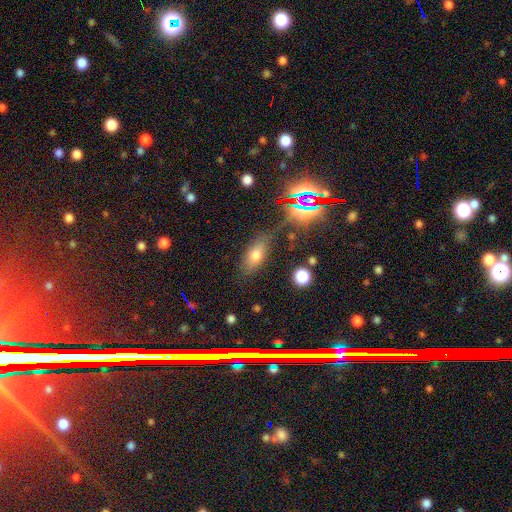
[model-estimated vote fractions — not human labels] Smooth or featured: smooth — 66% (featured or disk — 18%)
How rounded: in between — 77% (cigar-shaped — 15%)
Merging: none — 75% (minor disturbance — 15%)